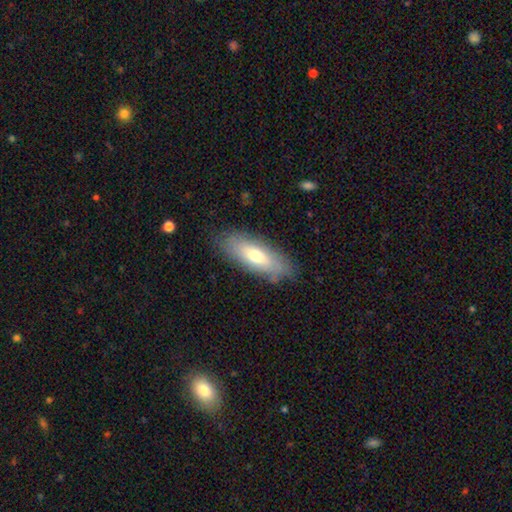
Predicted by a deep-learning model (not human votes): This is likely a smooth galaxy (66%). How rounded: likely in between (69%). Merging: clearly none (80%).